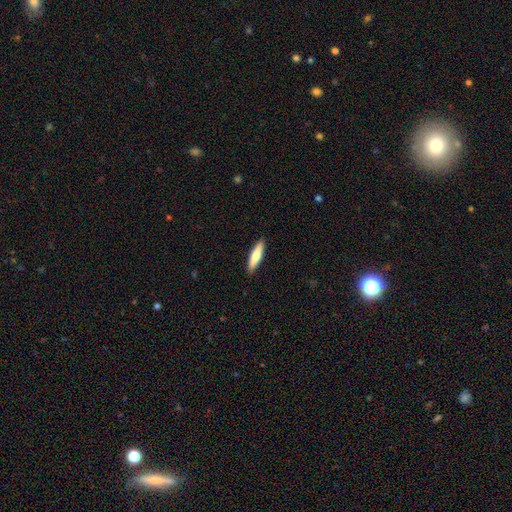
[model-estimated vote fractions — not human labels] The model was most divided on "smooth or featured": smooth: 70%, featured or disk: 25%, star or artifact: 5%. More confident: merging — none (90%); how rounded — cigar-shaped (78%).